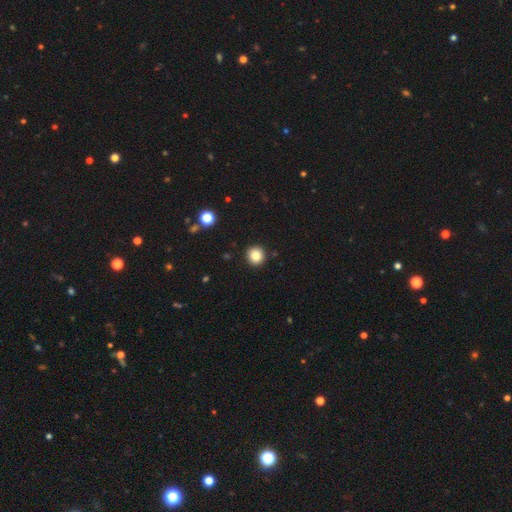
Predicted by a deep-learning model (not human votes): Morphology: type=smooth (83%); roundness=round (95%); merging=none (93%).